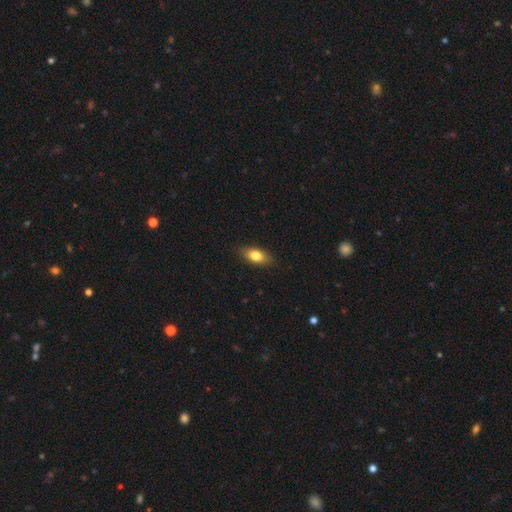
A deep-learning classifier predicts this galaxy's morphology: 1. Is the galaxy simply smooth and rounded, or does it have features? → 78% smooth, 14% featured or disk, 7% star or artifact.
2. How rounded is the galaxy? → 84% in between, 10% cigar-shaped, 6% round.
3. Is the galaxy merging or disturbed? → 85% none, 12% minor disturbance, 2% major disturbance, 1% merger.